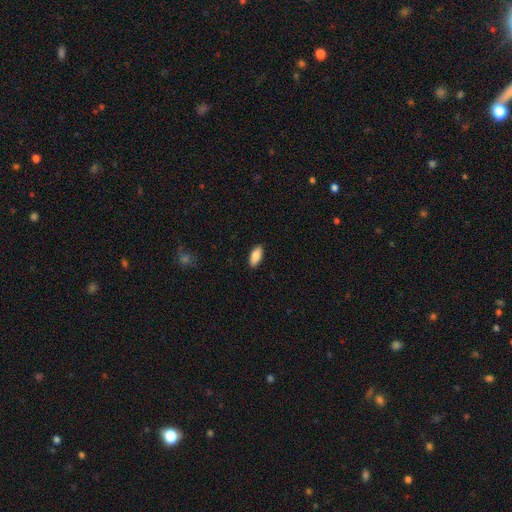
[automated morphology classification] smooth_or_featured: smooth (p=0.86) [alt: featured or disk p=0.08]
how_rounded: in between (p=0.87) [alt: cigar-shaped p=0.11]
merging: none (p=0.90) [alt: minor disturbance p=0.08]